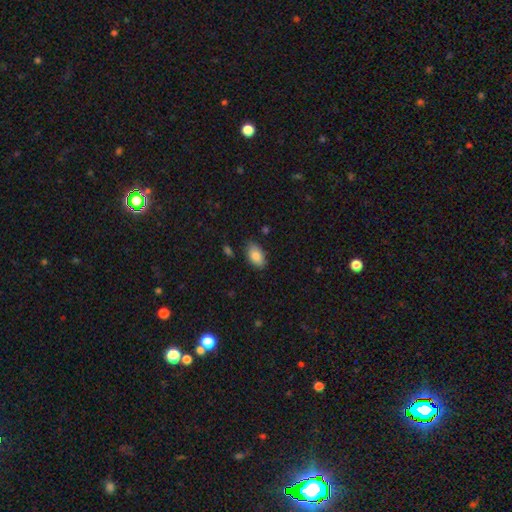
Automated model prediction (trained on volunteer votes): Morphology: type=smooth (86%); roundness=in between (93%); merging=none (81%).